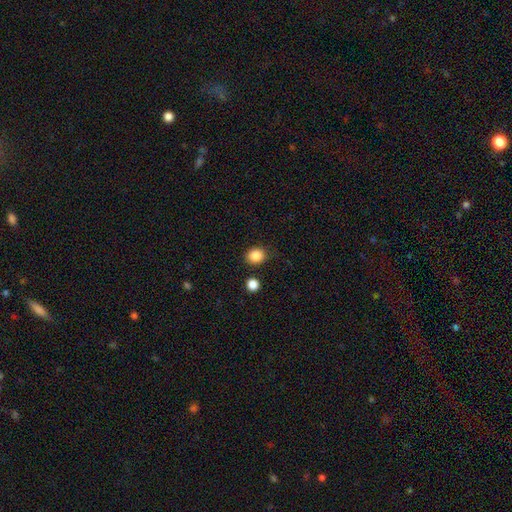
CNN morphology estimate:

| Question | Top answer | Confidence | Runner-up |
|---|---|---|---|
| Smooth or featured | smooth | 86% | star or artifact (10%) |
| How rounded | round | 72% | in between (27%) |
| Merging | none | 81% | minor disturbance (11%) |